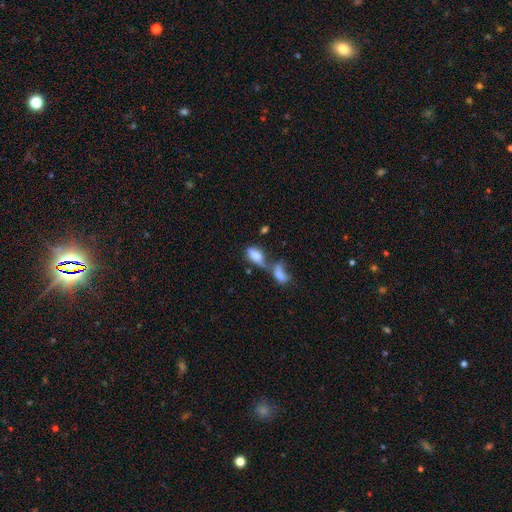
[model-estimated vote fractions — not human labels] smooth_or_featured: smooth (p=0.76) [alt: featured or disk p=0.15]
how_rounded: in between (p=0.88) [alt: cigar-shaped p=0.09]
merging: merger (p=0.68) [alt: none p=0.15]